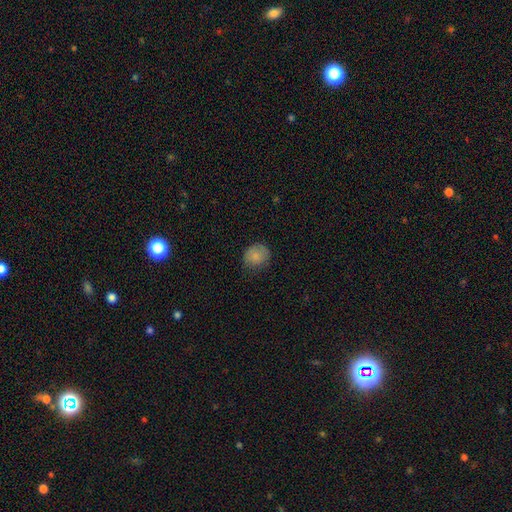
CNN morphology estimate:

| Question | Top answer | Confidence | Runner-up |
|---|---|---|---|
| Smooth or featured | smooth | 82% | featured or disk (9%) |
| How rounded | round | 75% | in between (24%) |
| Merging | none | 72% | minor disturbance (23%) |